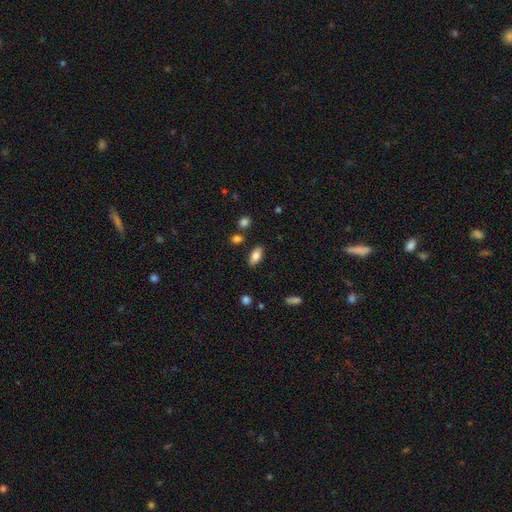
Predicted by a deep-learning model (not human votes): This is clearly a smooth galaxy (80%). How rounded: clearly in between (88%). Merging: clearly none (85%).